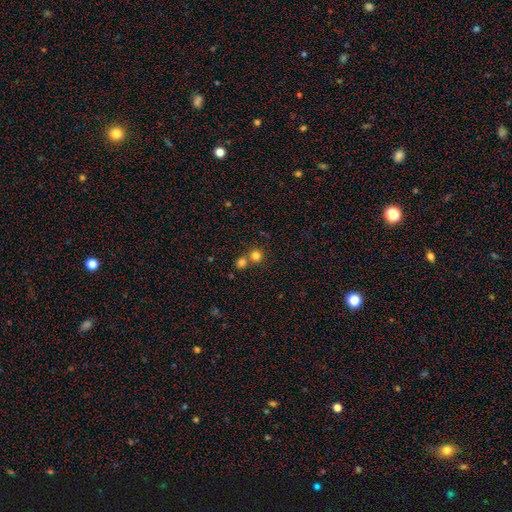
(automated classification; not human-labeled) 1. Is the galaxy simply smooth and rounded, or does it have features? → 78% smooth, 15% star or artifact, 7% featured or disk.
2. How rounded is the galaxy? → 91% round, 8% in between, 1% cigar-shaped.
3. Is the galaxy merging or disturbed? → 55% none, 37% merger, 5% minor disturbance, 2% major disturbance.